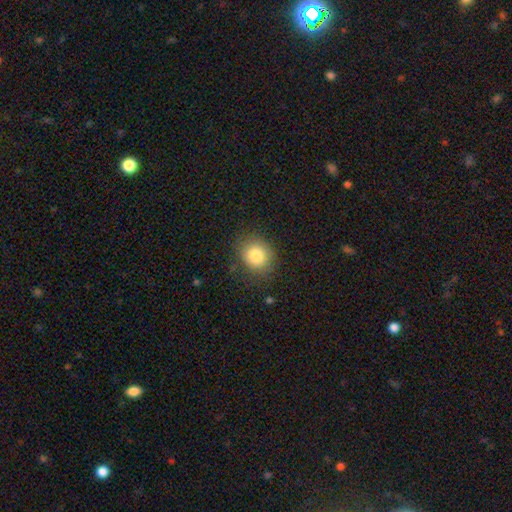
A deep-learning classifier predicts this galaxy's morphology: Smooth or featured? smooth (83%)
How rounded? round (72%)
Merging? none (83%)